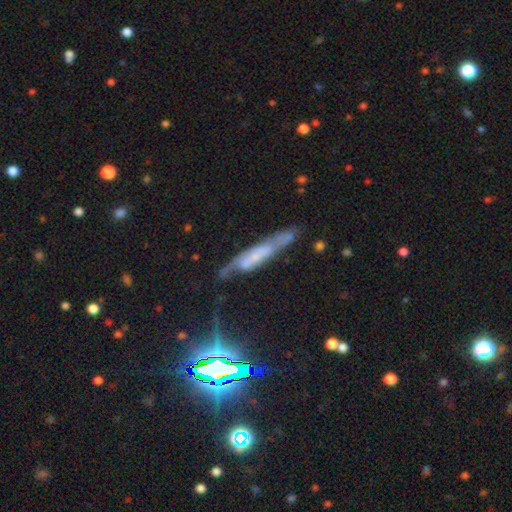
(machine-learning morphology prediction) Smooth or featured?
  - featured or disk: 60% *
  - smooth: 28%
  - star or artifact: 12%
Edge-on disk?
  - yes: 52% *
  - no: 48%
Merging?
  - none: 53% *
  - minor disturbance: 27%
  - major disturbance: 14%
  - merger: 5%